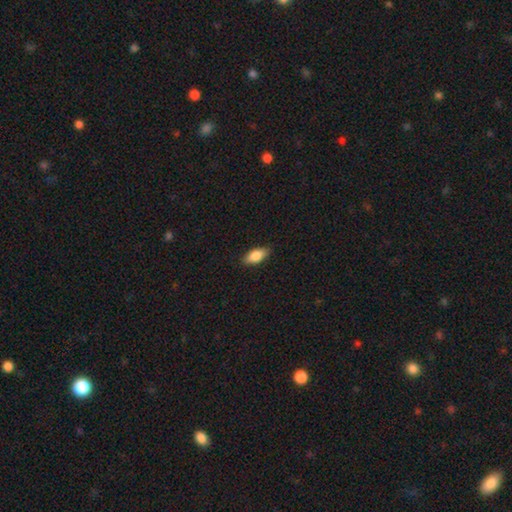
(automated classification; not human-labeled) Overall: smooth (81%). How rounded: in between (82%). Merging: none (87%).